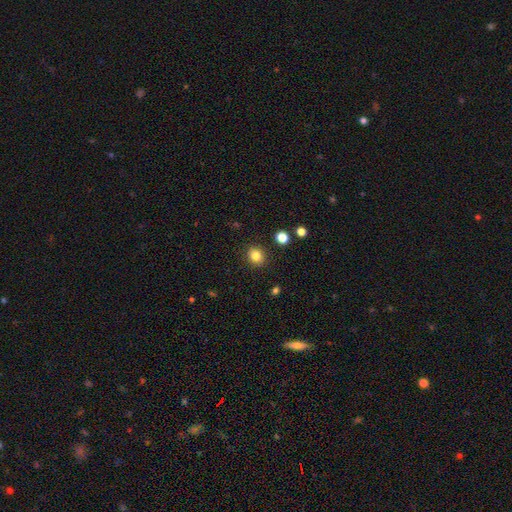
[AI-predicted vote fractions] Smooth or featured: smooth — 83% (star or artifact — 12%)
How rounded: round — 77% (in between — 22%)
Merging: none — 90% (minor disturbance — 6%)